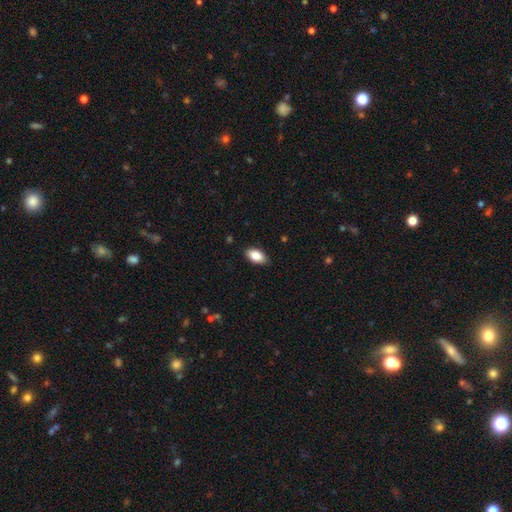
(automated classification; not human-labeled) Smooth or featured?
  - smooth: 85% *
  - featured or disk: 8%
  - star or artifact: 7%
How rounded?
  - in between: 93% *
  - round: 4%
  - cigar-shaped: 3%
Merging?
  - none: 87% *
  - minor disturbance: 10%
  - major disturbance: 2%
  - merger: 1%